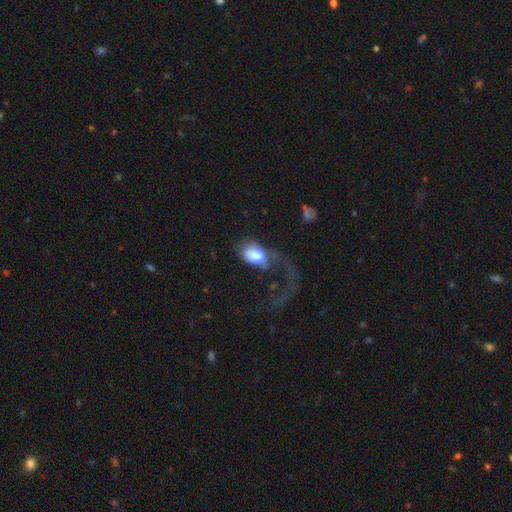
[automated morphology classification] This is likely a smooth galaxy (67%). How rounded: clearly in between (87%). Merging: likely major disturbance (67%).